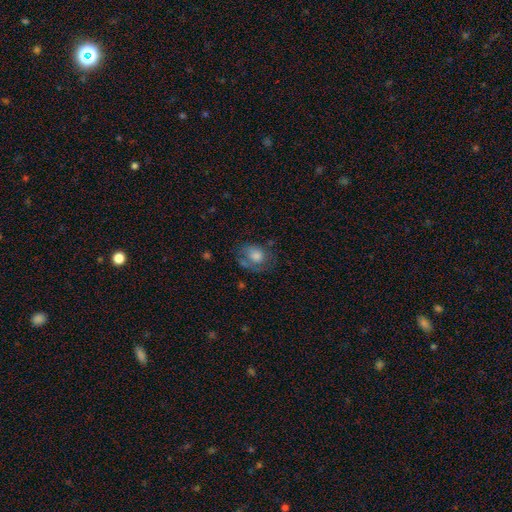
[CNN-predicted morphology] smooth 62%, featured or disk 27%, star or artifact 11%. Down the decision tree: how rounded — in between (52%); merging — none (52%).